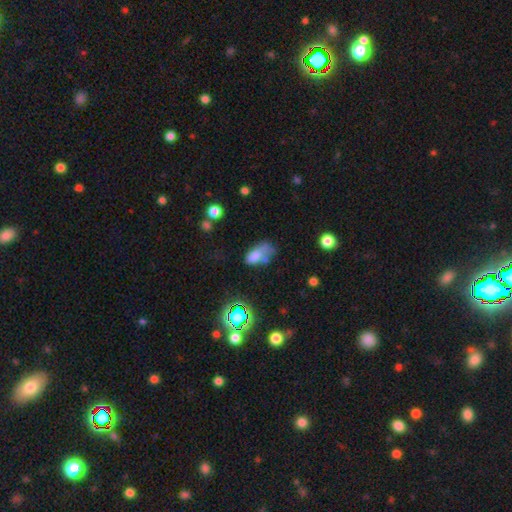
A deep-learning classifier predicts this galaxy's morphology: Smooth or featured: smooth — 68% (featured or disk — 17%)
How rounded: in between — 89% (round — 7%)
Merging: major disturbance — 29% (minor disturbance — 26%)